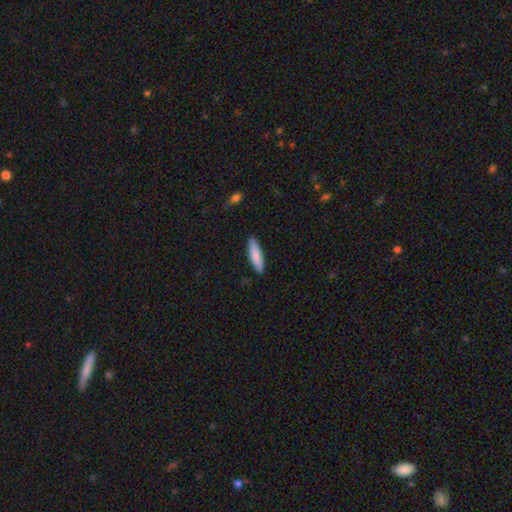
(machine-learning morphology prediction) Smooth or featured?
  - smooth: 86% *
  - featured or disk: 9%
  - star or artifact: 5%
How rounded?
  - cigar-shaped: 68% *
  - in between: 30%
  - round: 1%
Merging?
  - none: 88% *
  - minor disturbance: 9%
  - major disturbance: 2%
  - merger: 1%